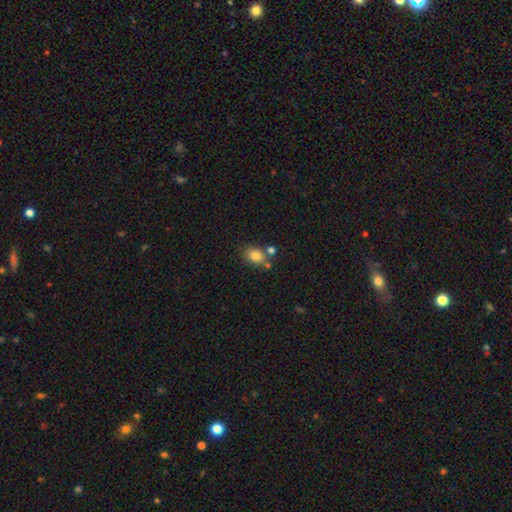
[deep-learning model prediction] This is clearly a smooth galaxy (81%). How rounded: possibly in between (52%). Merging: likely none (65%).